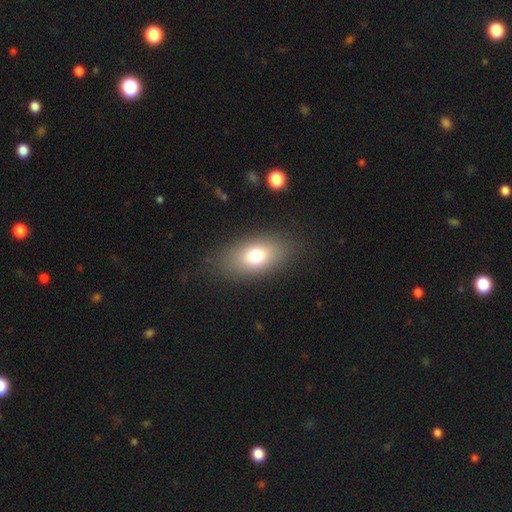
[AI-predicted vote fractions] Smooth or featured: smooth — 76% (featured or disk — 14%)
How rounded: in between — 87% (round — 10%)
Merging: none — 82% (minor disturbance — 11%)